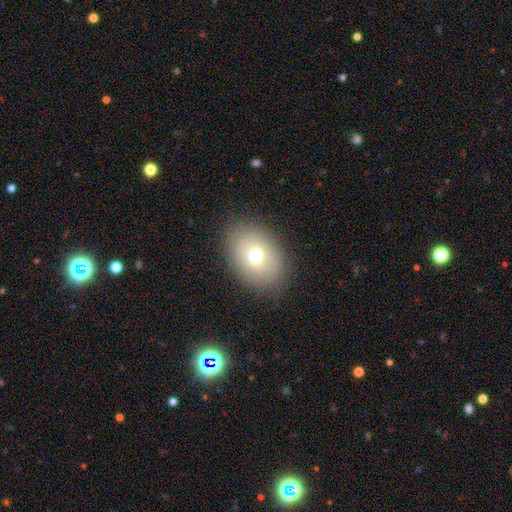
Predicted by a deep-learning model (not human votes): smooth-or-featured: smooth: 70% | featured or disk: 18% | star or artifact: 11%
  how-rounded: in between: 76% | round: 23% | cigar-shaped: 1%
  merging: none: 86% | minor disturbance: 9% | major disturbance: 3% | merger: 1%